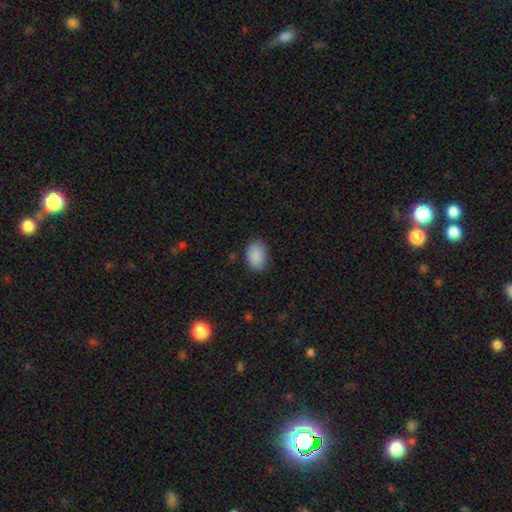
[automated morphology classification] smooth-or-featured: smooth: 89% | star or artifact: 8% | featured or disk: 3%
  how-rounded: in between: 85% | round: 14% | cigar-shaped: 1%
  merging: none: 82% | minor disturbance: 14% | major disturbance: 3% | merger: 1%